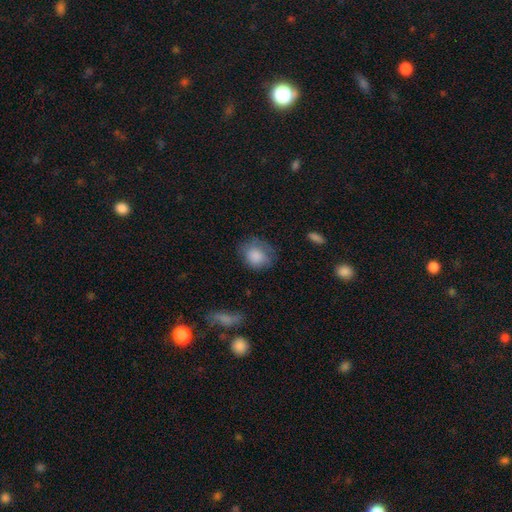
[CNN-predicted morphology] Smooth or featured? smooth (83%)
How rounded? round (56%)
Merging? none (59%)